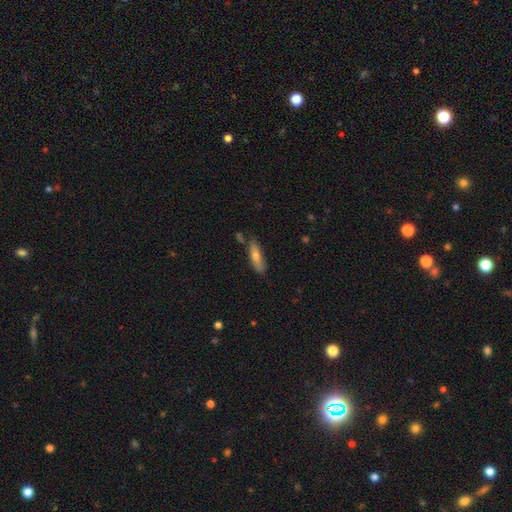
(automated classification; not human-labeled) This is likely a smooth galaxy (63%). How rounded: likely cigar-shaped (69%). Merging: likely none (75%).